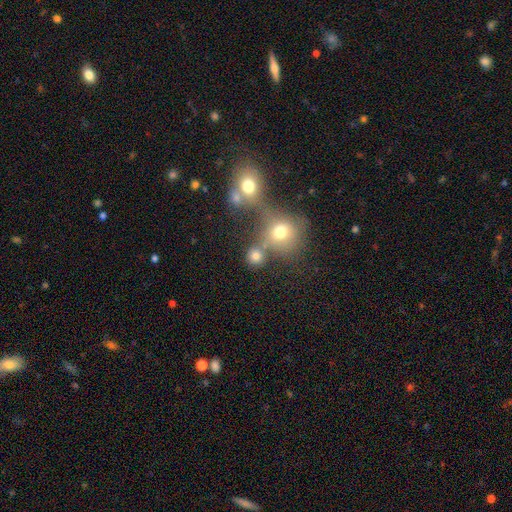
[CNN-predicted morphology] A smooth galaxy with no disk features (76%) that is round (87%).

Vote fractions:
- Smooth or featured? smooth: 76% / star or artifact: 15% / featured or disk: 9%
- How rounded? round: 87% / in between: 12% / cigar-shaped: 1%
- Merging? none: 59% / merger: 28% / minor disturbance: 8% / major disturbance: 5%